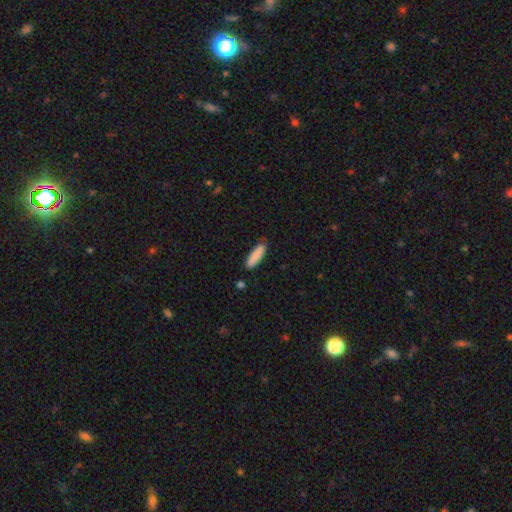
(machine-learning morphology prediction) A smooth galaxy with no disk features (88%) that is cigar-shaped (60%). Merging: none (83%).